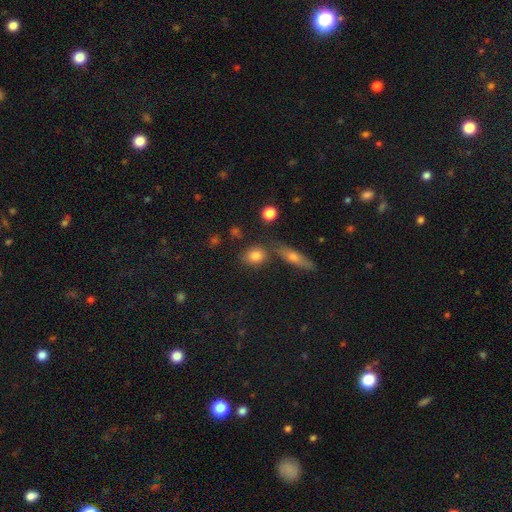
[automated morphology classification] Smooth or featured? Predicted: smooth (p=0.81). How rounded? Predicted: round (p=0.49). Merging? Predicted: none (p=0.72).